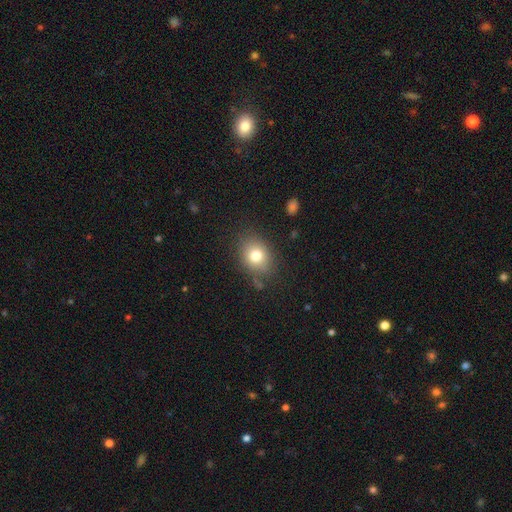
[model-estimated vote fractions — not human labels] Morphology: type=smooth (77%); roundness=in between (50%); merging=none (78%).